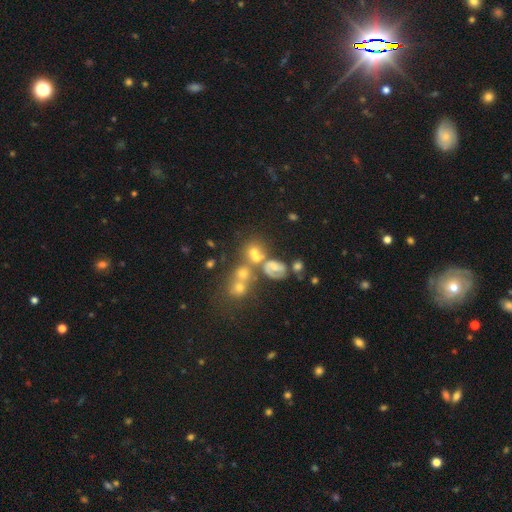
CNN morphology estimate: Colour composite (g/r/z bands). It shows a smooth galaxy with no disk features (41%). Merging: merger (43%).